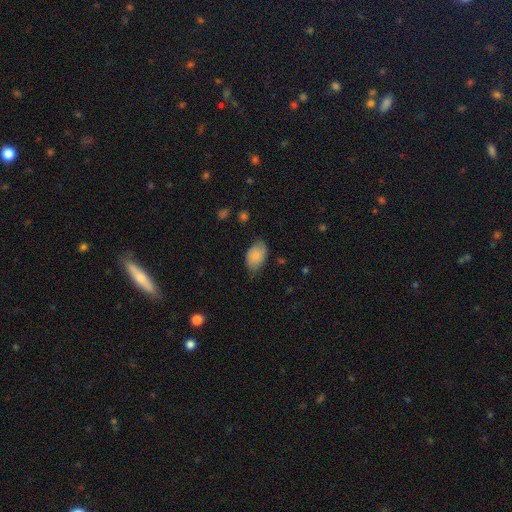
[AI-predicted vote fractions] Smooth or featured?
  - smooth: 76% *
  - featured or disk: 17%
  - star or artifact: 7%
How rounded?
  - in between: 91% *
  - round: 8%
  - cigar-shaped: 1%
Merging?
  - none: 61% *
  - minor disturbance: 32%
  - major disturbance: 6%
  - merger: 1%